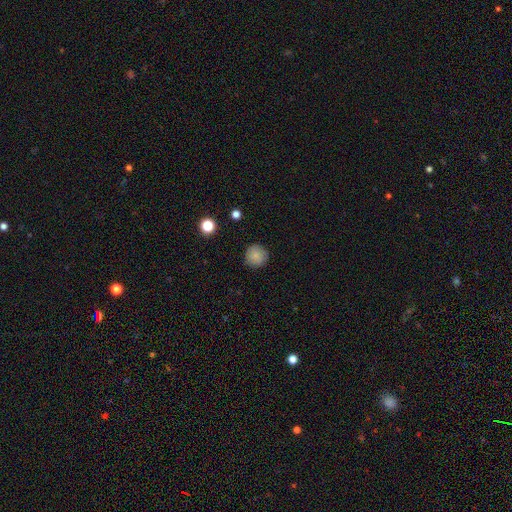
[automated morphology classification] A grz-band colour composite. It shows a smooth galaxy with no disk features (85%) that is round (94%). Merging: none (87%).